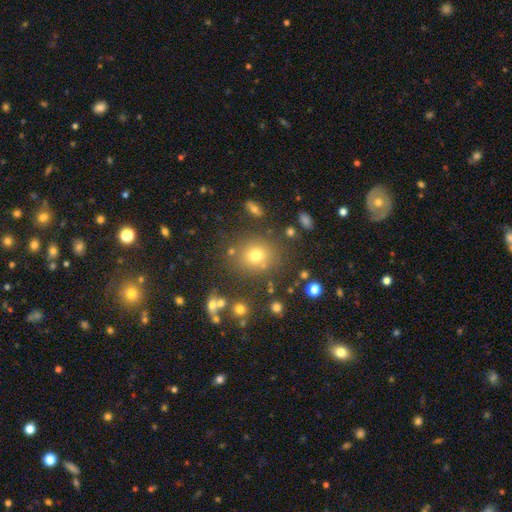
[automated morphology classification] type=smooth (70%); roundness=round (73%); merging=none (78%).